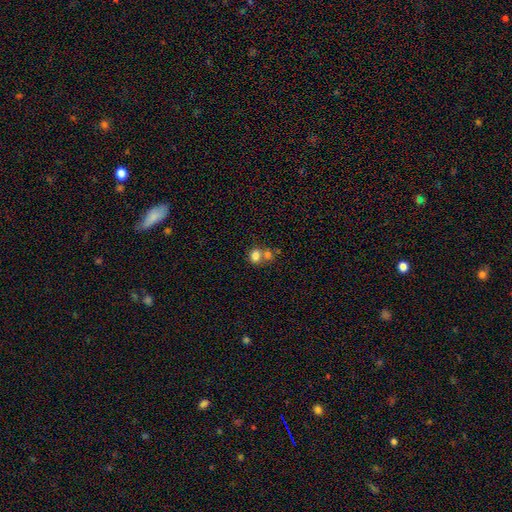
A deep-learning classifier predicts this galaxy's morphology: Smooth or featured? Predicted: smooth (p=0.79). How rounded? Predicted: in between (p=0.50). Merging? Predicted: merger (p=0.47).